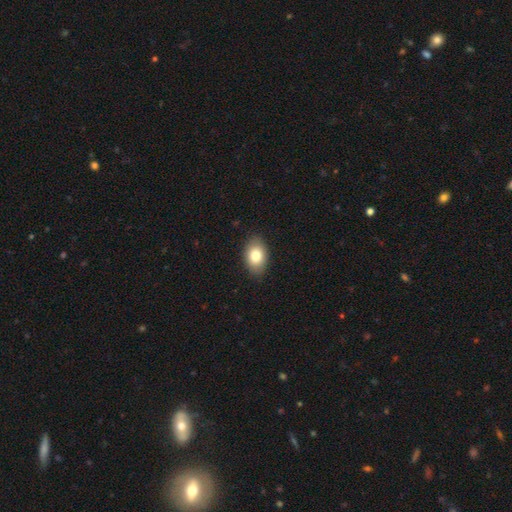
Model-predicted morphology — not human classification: This appears to be a smooth galaxy with no disk features (80%) that is in between round and cigar-shaped (85%). Merging: none (87%).